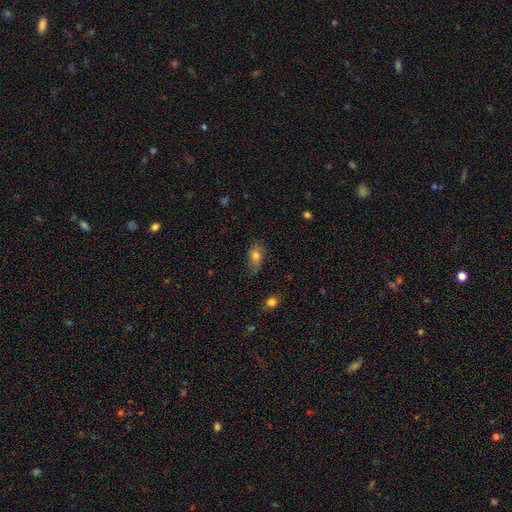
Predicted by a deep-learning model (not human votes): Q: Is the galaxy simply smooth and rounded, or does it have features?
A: smooth — 75%.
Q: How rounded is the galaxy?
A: in between — 82%.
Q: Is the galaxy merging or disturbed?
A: none — 65%.